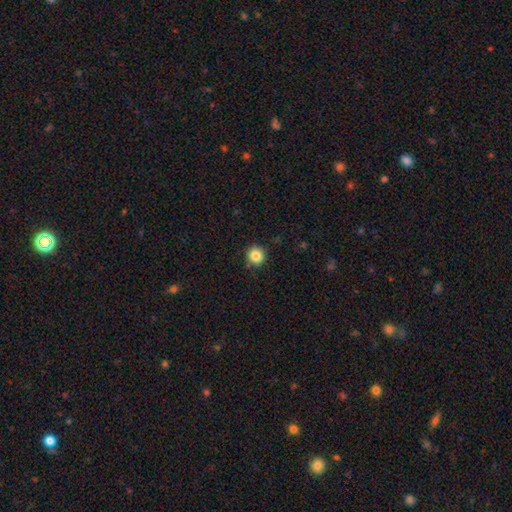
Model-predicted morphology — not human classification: The model was most divided on "smooth or featured": smooth: 85%, star or artifact: 10%, featured or disk: 5%. More confident: how rounded — round (93%); merging — none (87%).